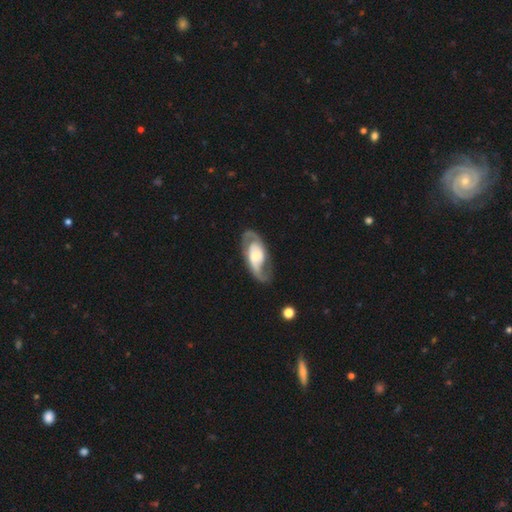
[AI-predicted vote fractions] Overall: featured or disk (82%). Edge-on disk: no (94%). Bar: no (52%; weak 34%). Spiral arms: yes (92%). Spiral arm count: 2 (88%). Spiral winding: medium (48%; loose 30%). Bulge size: moderate (45%; small 28%). Merging: none (73%).